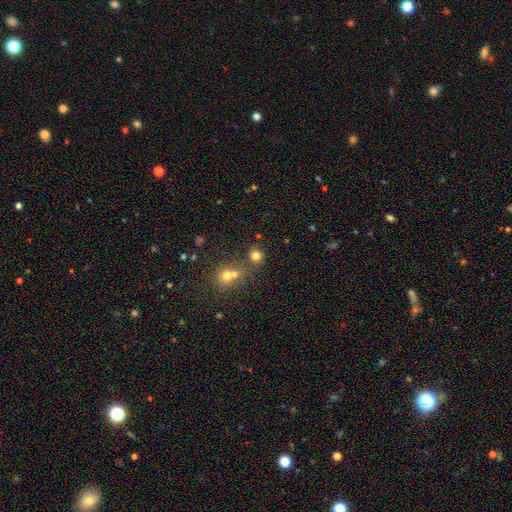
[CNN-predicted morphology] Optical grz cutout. It shows a smooth galaxy with no disk features (77%) that is round (85%). Merging: none (65%).